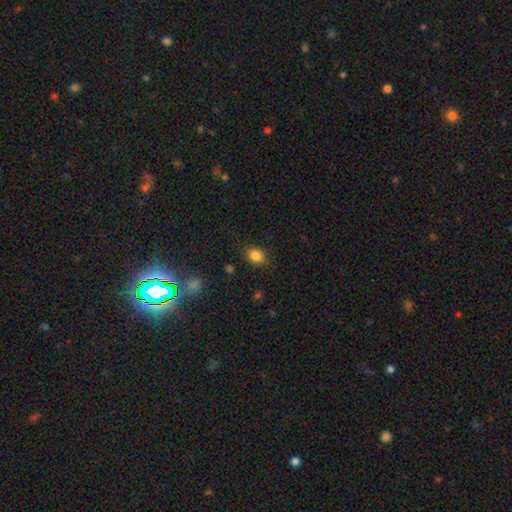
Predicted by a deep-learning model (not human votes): smooth-or-featured: smooth: 84% | star or artifact: 11% | featured or disk: 5%
  how-rounded: in between: 55% | round: 43% | cigar-shaped: 1%
  merging: none: 83% | minor disturbance: 12% | major disturbance: 3% | merger: 2%